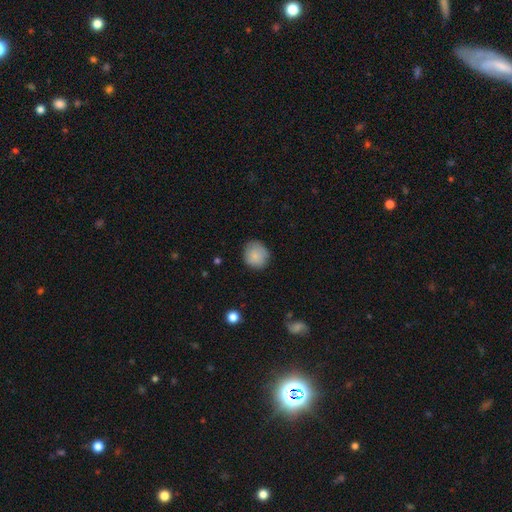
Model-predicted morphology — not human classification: Smooth or featured?
  - smooth: 82% *
  - featured or disk: 10%
  - star or artifact: 7%
How rounded?
  - round: 83% *
  - in between: 16%
  - cigar-shaped: 1%
Merging?
  - none: 79% *
  - minor disturbance: 16%
  - major disturbance: 3%
  - merger: 1%